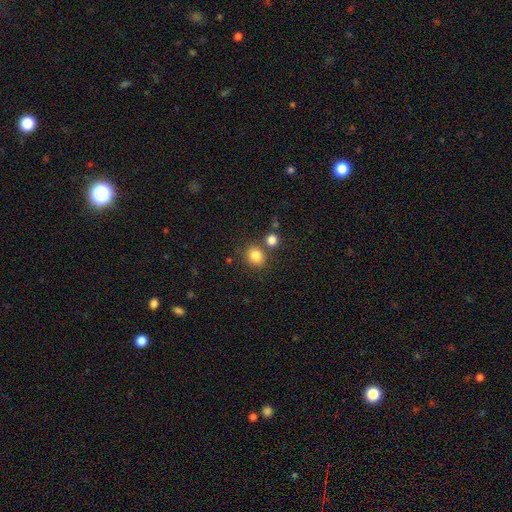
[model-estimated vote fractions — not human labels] Smooth or featured? smooth (82%)
How rounded? round (80%)
Merging? none (73%)